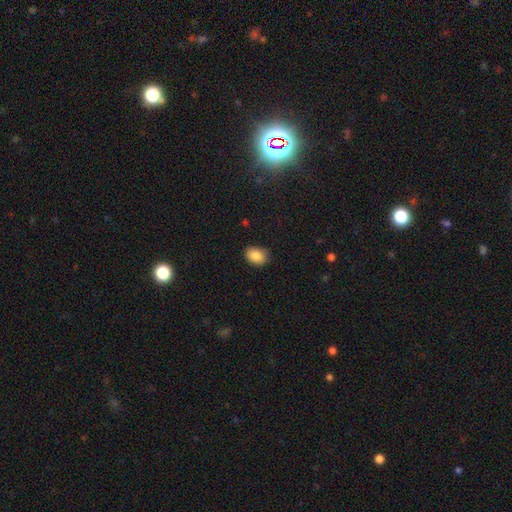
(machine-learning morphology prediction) A smooth galaxy with no disk features (87%) that is in between round and cigar-shaped (74%). Merging: none (81%).